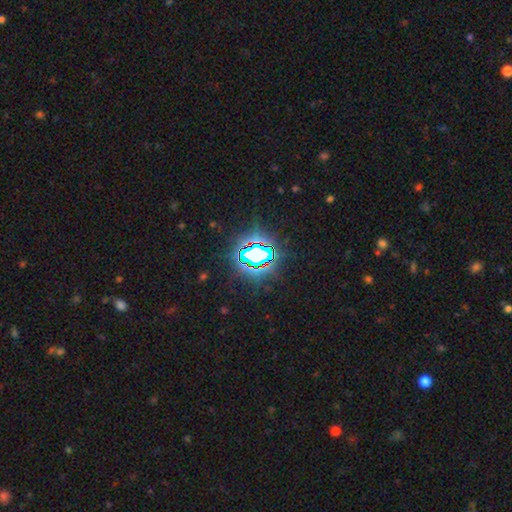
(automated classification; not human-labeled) This appears to be a star or artifact, not a galaxy (76%).